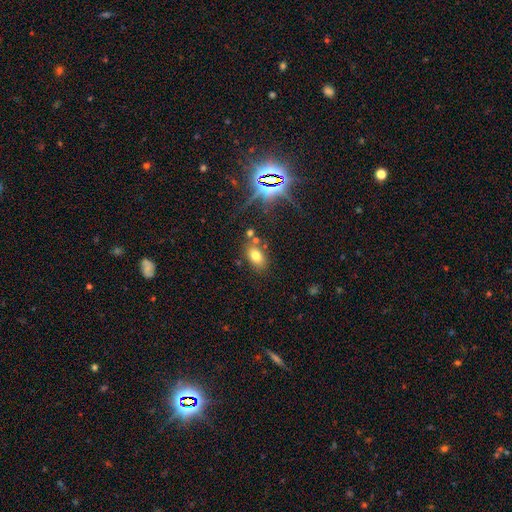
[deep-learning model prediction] This appears to be a smooth galaxy with no disk features (72%) that is in between round and cigar-shaped (85%). Merging: none (72%).